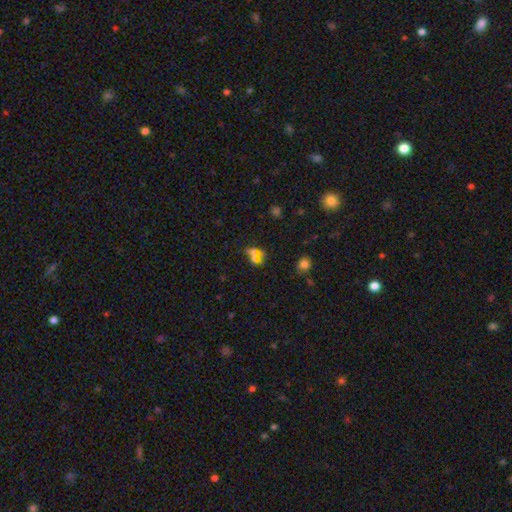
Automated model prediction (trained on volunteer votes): Morphology: type=smooth (52%); roundness=round (60%); merging=merger (44%).